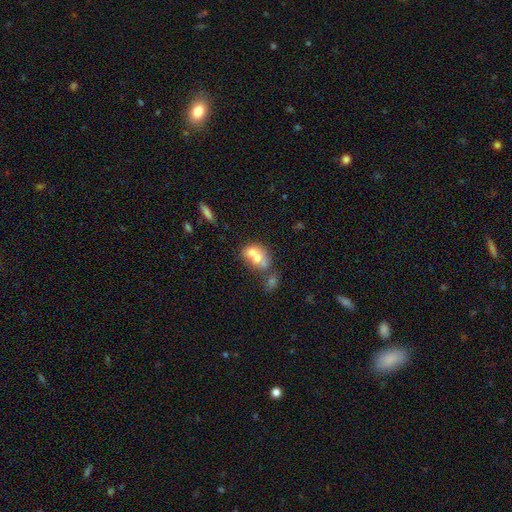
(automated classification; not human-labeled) Q: Smooth or featured?
A: smooth (63%); runner-up: featured or disk (27%)
Q: How rounded?
A: in between (58%); runner-up: round (40%)
Q: Merging?
A: merger (68%); runner-up: none (20%)